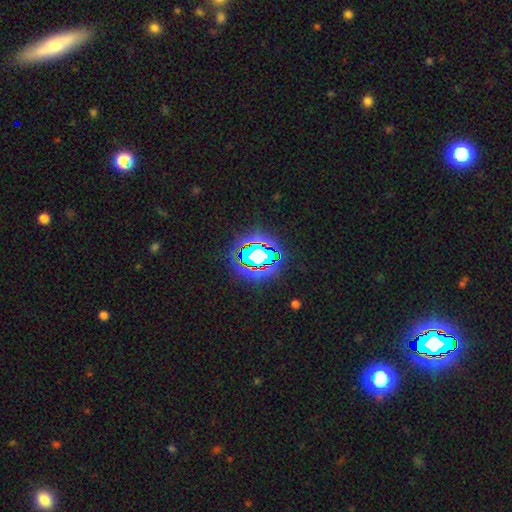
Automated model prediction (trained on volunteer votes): The model was most divided on "smooth or featured": star or artifact: 72%, smooth: 16%, featured or disk: 12%.